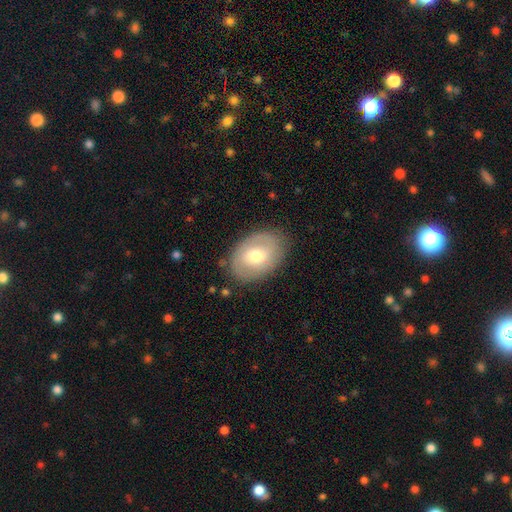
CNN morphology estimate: Smooth or featured? smooth (52%)
How rounded? in between (77%)
Merging? none (80%)